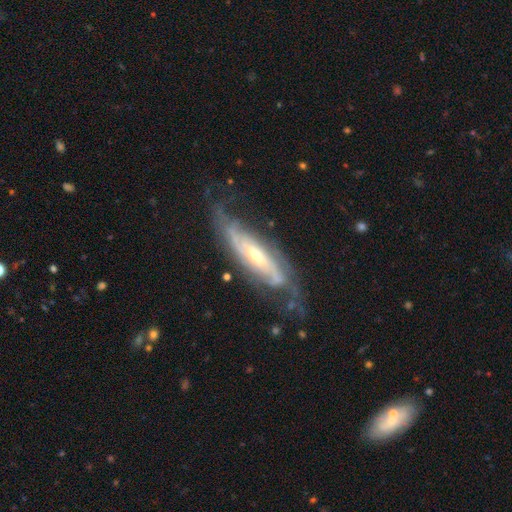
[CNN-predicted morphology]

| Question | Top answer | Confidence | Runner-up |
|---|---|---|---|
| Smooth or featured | featured or disk | 86% | smooth (9%) |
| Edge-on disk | no | 81% | yes (19%) |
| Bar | no | 49% | weak (33%) |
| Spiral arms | yes | 94% | no (6%) |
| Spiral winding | tight | 51% | medium (36%) |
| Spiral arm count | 2 | 44% | can't tell (32%) |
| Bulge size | moderate | 48% | small (45%) |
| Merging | none | 68% | minor disturbance (20%) |